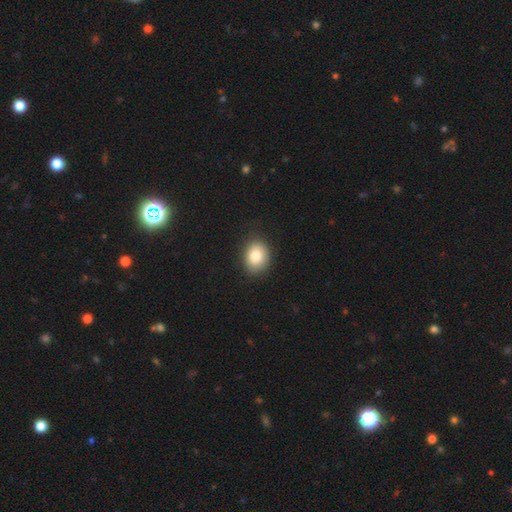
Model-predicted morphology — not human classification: Smooth or featured?
  - smooth: 82% *
  - featured or disk: 9%
  - star or artifact: 9%
How rounded?
  - in between: 55% *
  - round: 44%
  - cigar-shaped: 1%
Merging?
  - none: 85% *
  - minor disturbance: 11%
  - major disturbance: 3%
  - merger: 1%